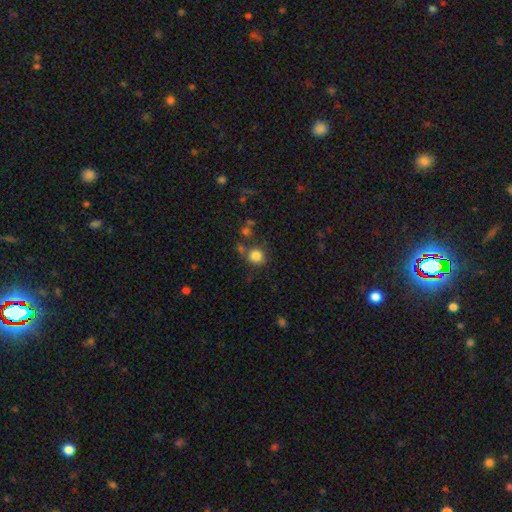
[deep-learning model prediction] smooth_or_featured: smooth (p=0.83) [alt: star or artifact p=0.11]
how_rounded: round (p=0.88) [alt: in between p=0.11]
merging: none (p=0.72) [alt: minor disturbance p=0.12]